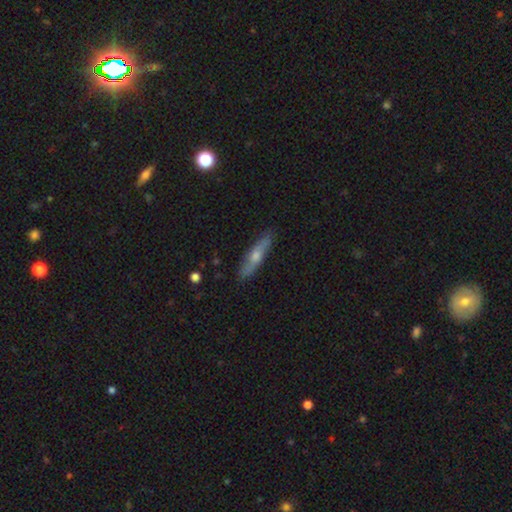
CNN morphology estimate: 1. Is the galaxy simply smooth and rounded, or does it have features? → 52% featured or disk, 41% smooth, 7% star or artifact.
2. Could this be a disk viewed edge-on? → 79% yes, 21% no.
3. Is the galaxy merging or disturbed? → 86% none, 10% minor disturbance, 2% major disturbance, 1% merger.